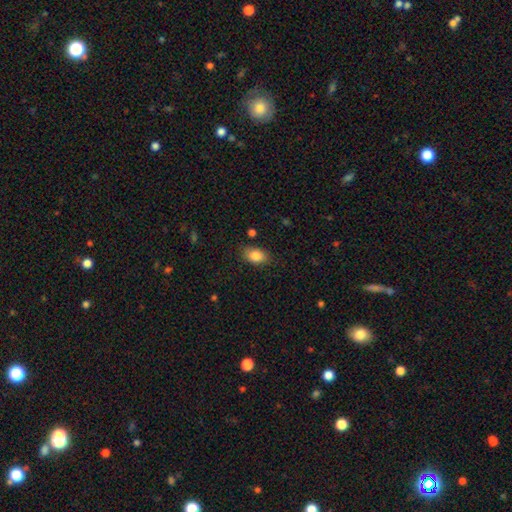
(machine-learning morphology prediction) Smooth or featured? smooth (85%)
How rounded? in between (89%)
Merging? none (82%)